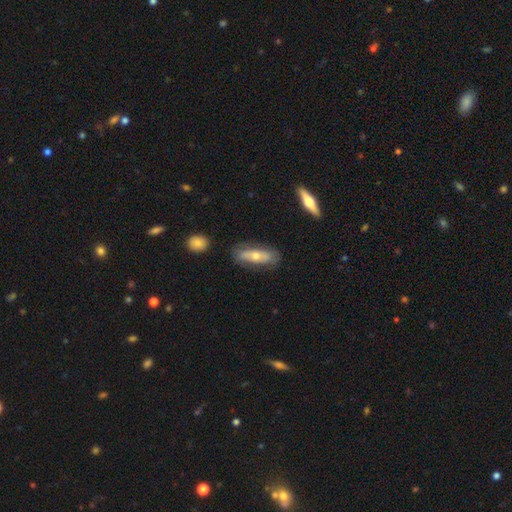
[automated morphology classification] smooth-or-featured: featured or disk: 51% | smooth: 42% | star or artifact: 7%
  disk-edge-on: no: 63% | yes: 37%
  merging: none: 76% | minor disturbance: 17% | major disturbance: 5% | merger: 2%